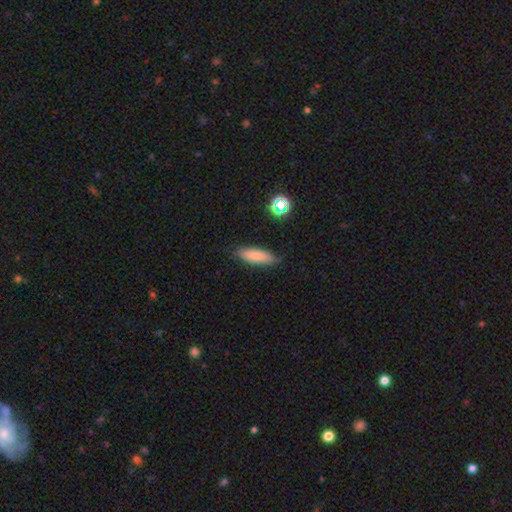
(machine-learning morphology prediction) The model was most divided on "how rounded": in between: 50%, cigar-shaped: 48%, round: 2%. More confident: merging — none (82%); smooth or featured — smooth (79%).